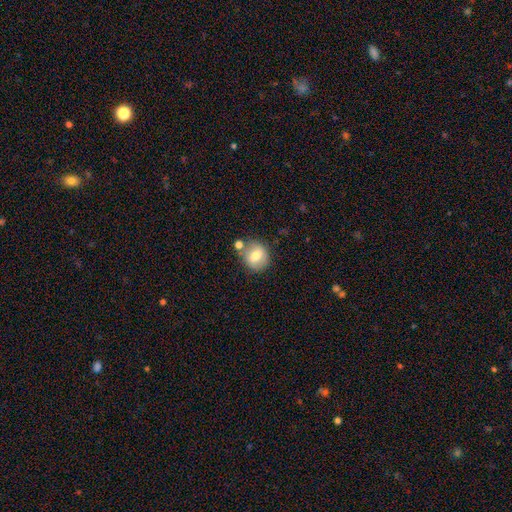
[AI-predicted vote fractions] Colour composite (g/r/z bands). It shows a smooth galaxy with no disk features (70%) that is round (81%). Merging: none (69%).